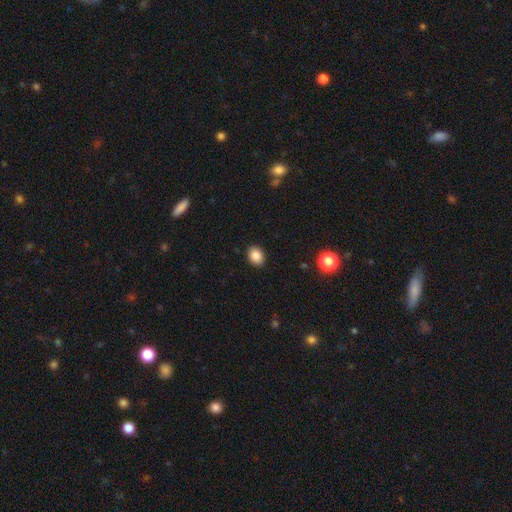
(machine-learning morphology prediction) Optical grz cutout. It shows a smooth galaxy with no disk features (87%) that is in between round and cigar-shaped (60%). Merging: none (90%).